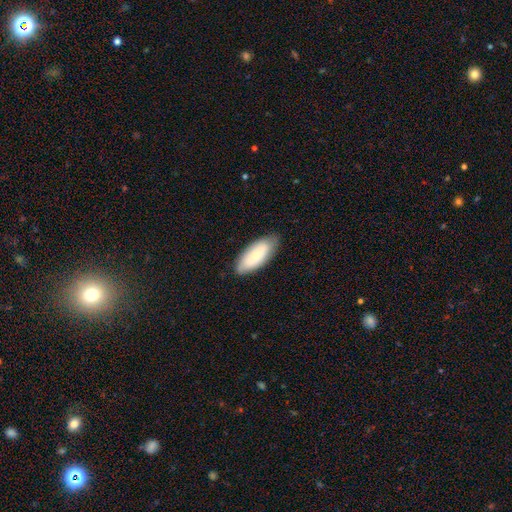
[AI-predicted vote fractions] smooth-or-featured: smooth: 71% | featured or disk: 23% | star or artifact: 6%
  how-rounded: in between: 83% | cigar-shaped: 15% | round: 2%
  merging: none: 79% | minor disturbance: 17% | major disturbance: 3% | merger: 1%